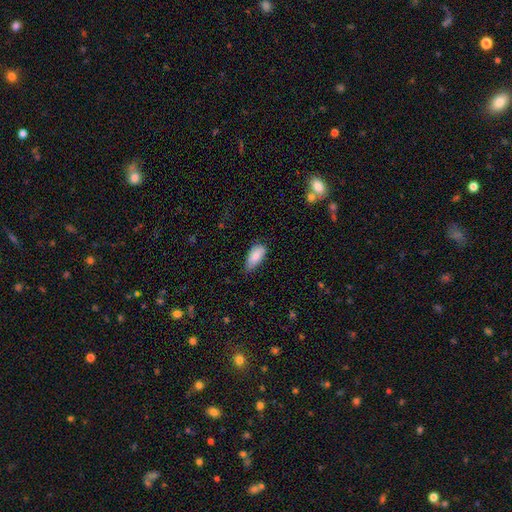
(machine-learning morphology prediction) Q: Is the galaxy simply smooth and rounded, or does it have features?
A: smooth — 85%.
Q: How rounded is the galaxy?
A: in between — 91%.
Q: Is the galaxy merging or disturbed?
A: none — 53%.